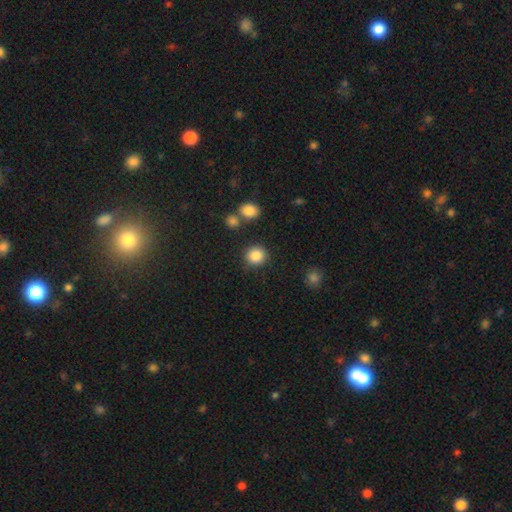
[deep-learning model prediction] Smooth or featured: smooth — 87% (star or artifact — 10%)
How rounded: round — 88% (in between — 11%)
Merging: none — 84% (minor disturbance — 8%)